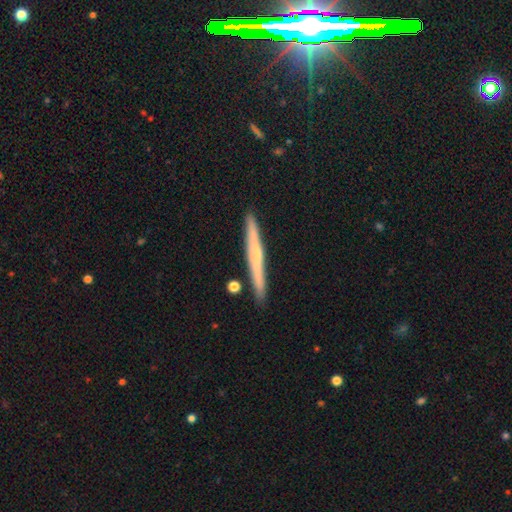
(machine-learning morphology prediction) smooth-or-featured: smooth: 47% (tied) | featured or disk: 47% (tied) | star or artifact: 6%
  merging: none: 89% | minor disturbance: 7% | merger: 2% | major disturbance: 1%